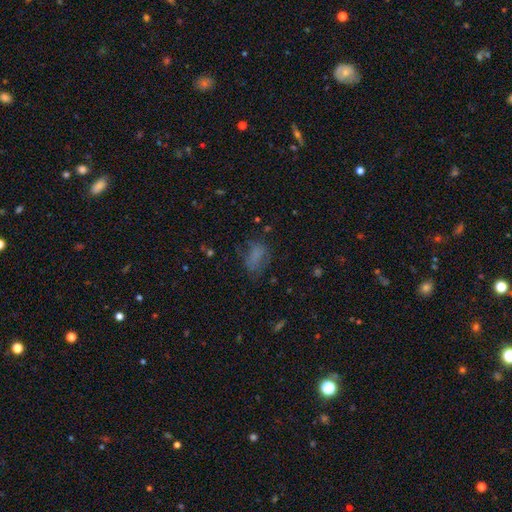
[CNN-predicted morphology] Overall: smooth (63%). How rounded: in between (78%). Merging: none (51%; minor disturbance 24%).